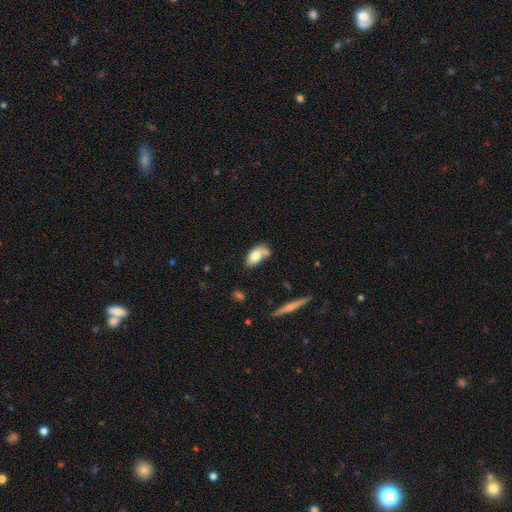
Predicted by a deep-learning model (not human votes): smooth_or_featured: smooth (p=0.74) [alt: featured or disk p=0.18]
how_rounded: in between (p=0.89) [alt: round p=0.07]
merging: none (p=0.41) [alt: merger p=0.27]